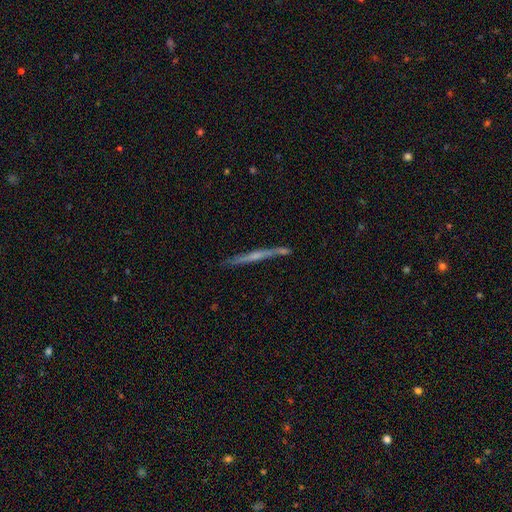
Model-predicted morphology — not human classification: Overall: featured or disk (64%; smooth 30%). Edge-on disk: yes (96%). Edge-on bulge: none (58%; rounded 32%). Merging: none (80%).